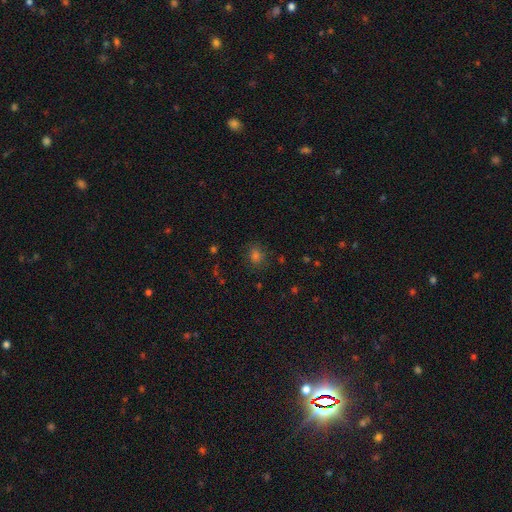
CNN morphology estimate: Smooth or featured? smooth (69%)
How rounded? round (72%)
Merging? none (84%)